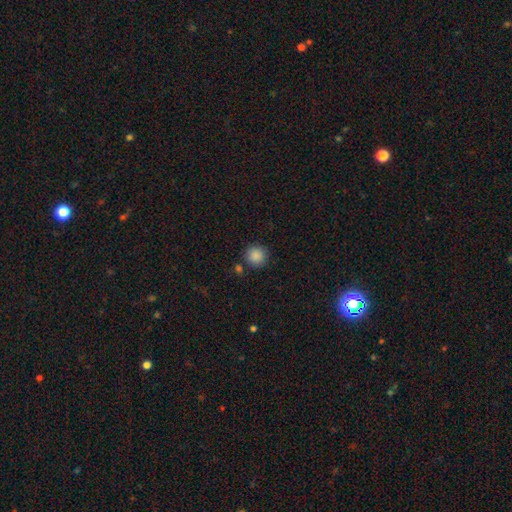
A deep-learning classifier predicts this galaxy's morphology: A smooth galaxy with no disk features (88%) that is round (94%).

Vote fractions:
- Smooth or featured? smooth: 88% / star or artifact: 9% / featured or disk: 3%
- How rounded? round: 94% / in between: 5% / cigar-shaped: 1%
- Merging? none: 84% / minor disturbance: 8% / merger: 5% / major disturbance: 3%